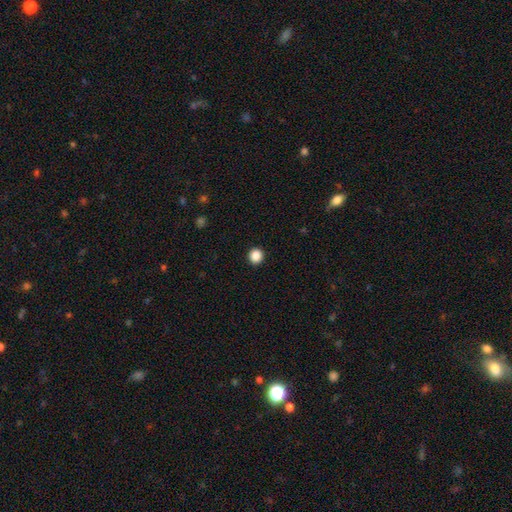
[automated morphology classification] Q: Smooth or featured?
A: smooth (88%); runner-up: star or artifact (10%)
Q: How rounded?
A: round (91%); runner-up: in between (8%)
Q: Merging?
A: none (93%); runner-up: minor disturbance (4%)